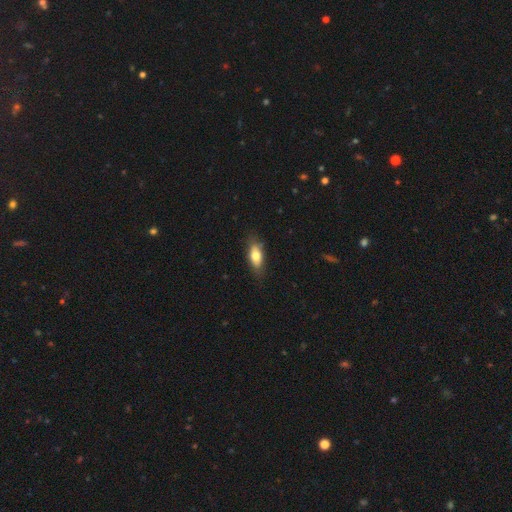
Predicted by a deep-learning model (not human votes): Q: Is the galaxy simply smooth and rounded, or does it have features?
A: smooth — 72%.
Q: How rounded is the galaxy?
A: in between — 78%.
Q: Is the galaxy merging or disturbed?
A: none — 77%.